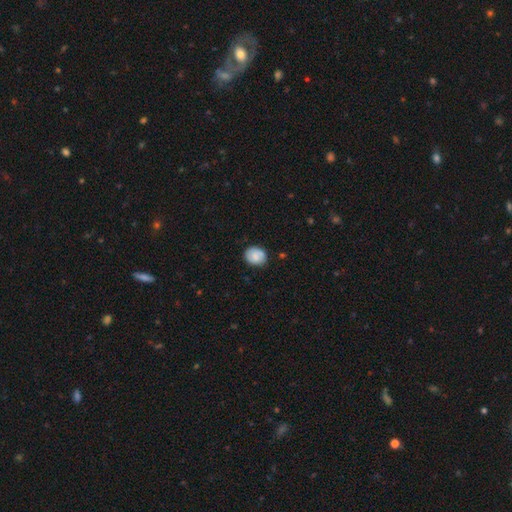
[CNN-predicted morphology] smooth_or_featured: smooth (p=0.75) [alt: featured or disk p=0.17]
how_rounded: round (p=0.55) [alt: in between p=0.44]
merging: none (p=0.79) [alt: minor disturbance p=0.17]